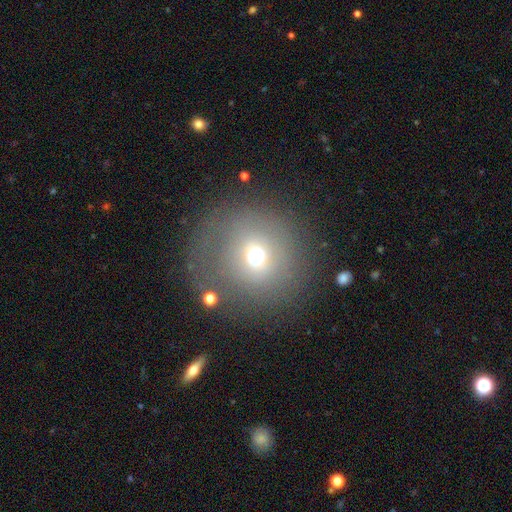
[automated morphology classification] Smooth or featured? Predicted: smooth (p=0.65). How rounded? Predicted: round (p=0.88). Merging? Predicted: none (p=0.70).